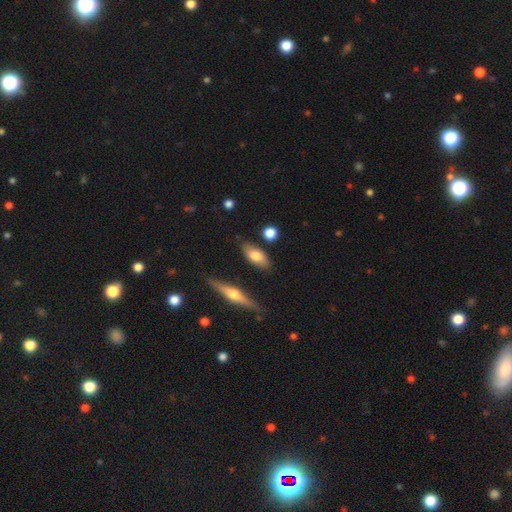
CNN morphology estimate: This is likely a smooth galaxy (73%). How rounded: clearly in between (81%). Merging: clearly none (80%).